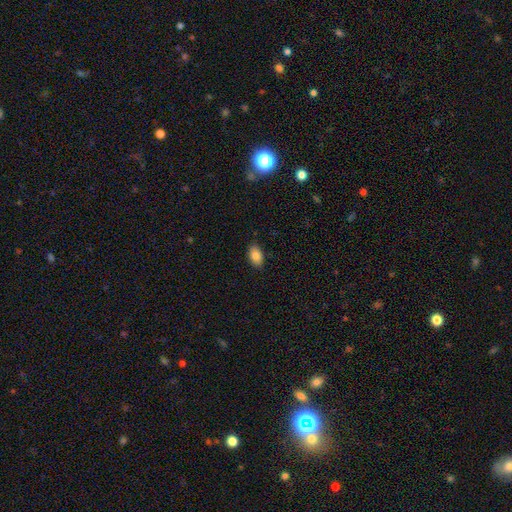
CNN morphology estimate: type=smooth (86%); roundness=in between (92%); merging=none (87%).